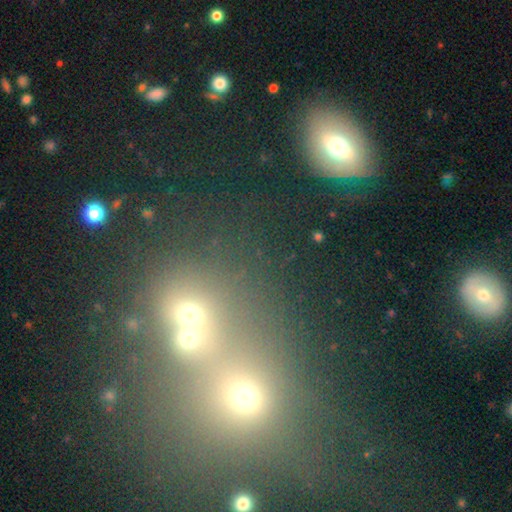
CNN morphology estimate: Smooth or featured: smooth — 52% (star or artifact — 32%)
How rounded: round — 64% (in between — 33%)
Merging: none — 57% (merger — 28%)